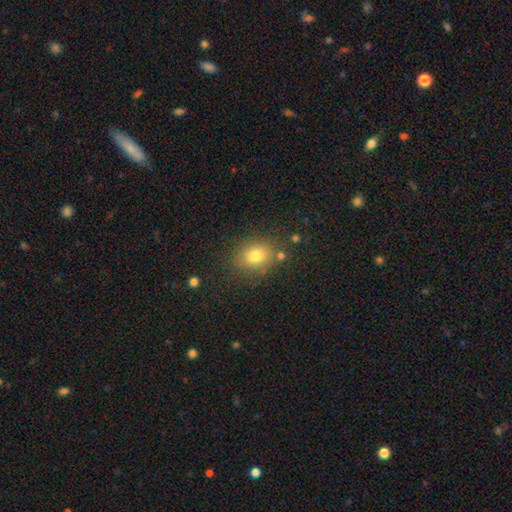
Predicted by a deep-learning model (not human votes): Q: Smooth or featured?
A: smooth (77%); runner-up: star or artifact (13%)
Q: How rounded?
A: in between (56%); runner-up: round (43%)
Q: Merging?
A: none (78%); runner-up: minor disturbance (13%)